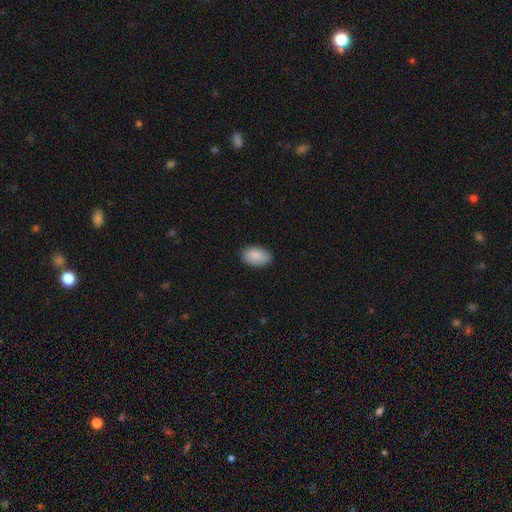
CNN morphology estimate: This is clearly a smooth galaxy (87%). How rounded: clearly in between (93%). Merging: likely none (80%).